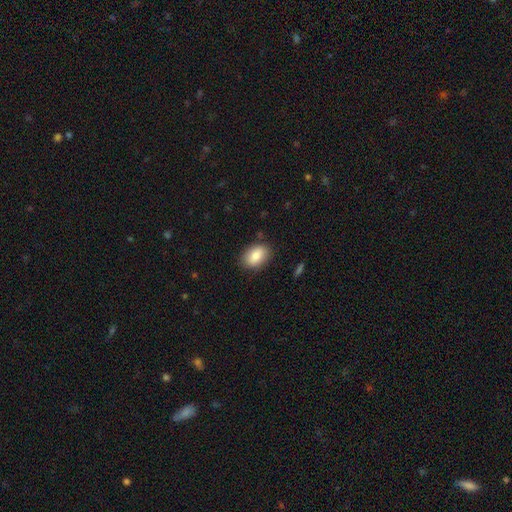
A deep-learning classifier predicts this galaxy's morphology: A smooth galaxy with no disk features (85%) that is in between round and cigar-shaped (88%). Merging: none (86%).